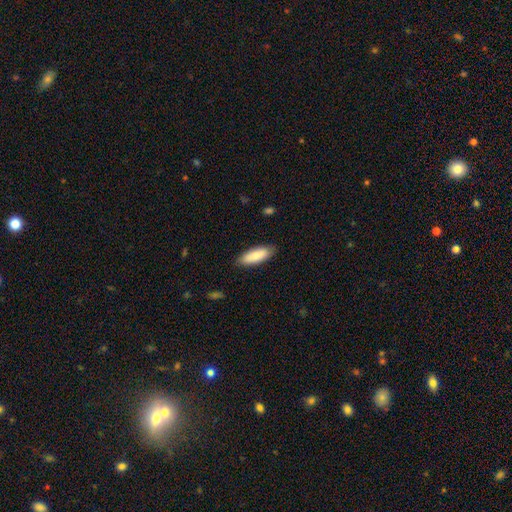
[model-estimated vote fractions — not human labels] Smooth or featured? Predicted: smooth (p=0.84). How rounded? Predicted: in between (p=0.69). Merging? Predicted: none (p=0.85).